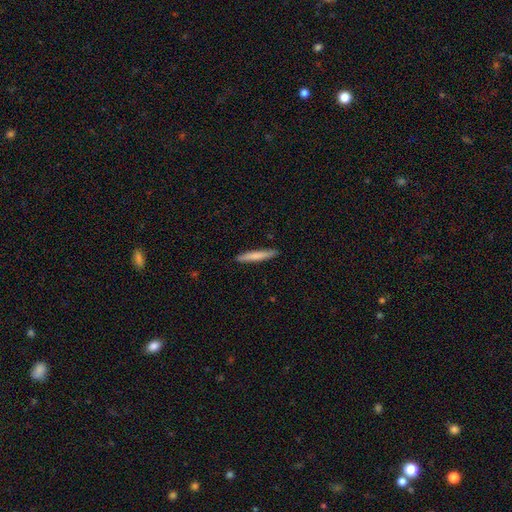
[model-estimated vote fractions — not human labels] Smooth or featured? smooth (75%)
How rounded? cigar-shaped (94%)
Merging? none (91%)